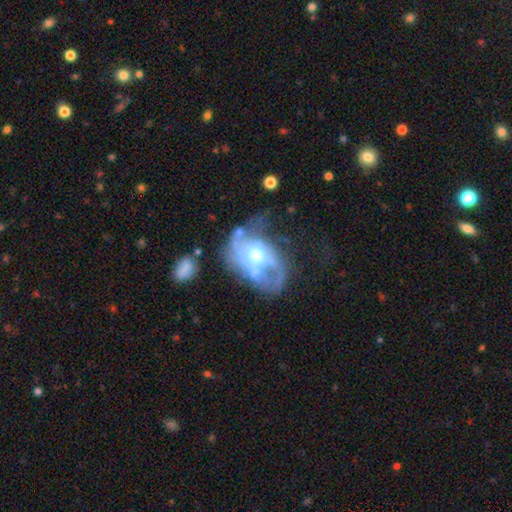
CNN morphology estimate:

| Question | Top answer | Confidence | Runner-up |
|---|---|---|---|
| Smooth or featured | featured or disk | 77% | smooth (15%) |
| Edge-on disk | no | 97% | yes (3%) |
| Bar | no | 70% | weak (25%) |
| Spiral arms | yes | 70% | no (30%) |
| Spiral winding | medium | 41% | loose (31%) |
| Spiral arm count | can't tell | 36% | tied: 2 (36%) |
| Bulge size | moderate | 65% | small (24%) |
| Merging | none | 36% | major disturbance (32%) |